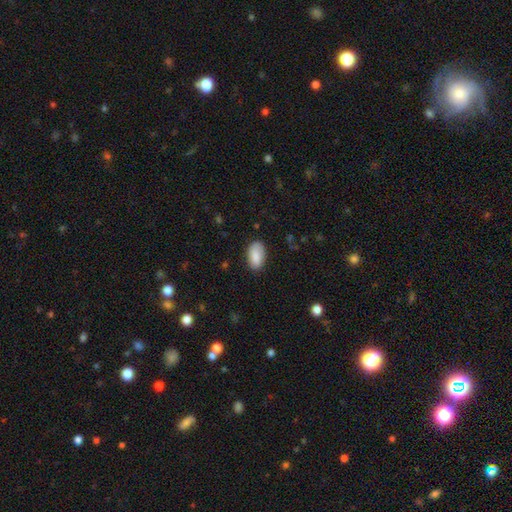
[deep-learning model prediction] Smooth or featured? Predicted: smooth (p=0.85). How rounded? Predicted: in between (p=0.95). Merging? Predicted: none (p=0.84).